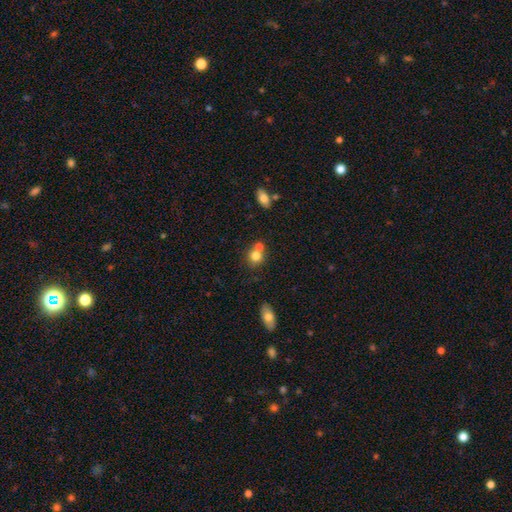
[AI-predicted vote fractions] The model was most divided on "merging": none: 47%, merger: 41%, minor disturbance: 9%, major disturbance: 3%. More confident: how rounded — round (79%); smooth or featured — smooth (77%).